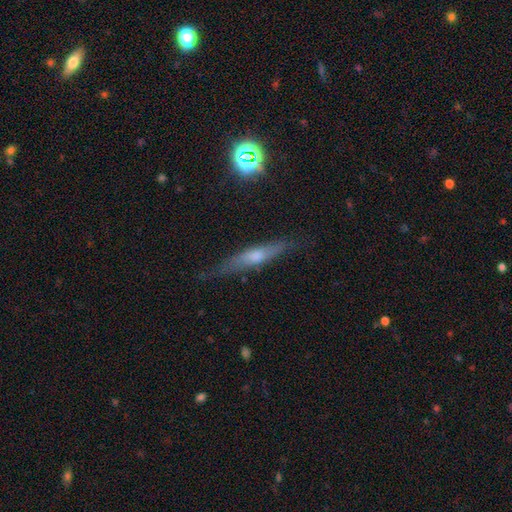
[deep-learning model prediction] featured or disk 54%, smooth 36%, star or artifact 10%. Down the decision tree: edge-on disk — yes (88%); merging — none (76%).